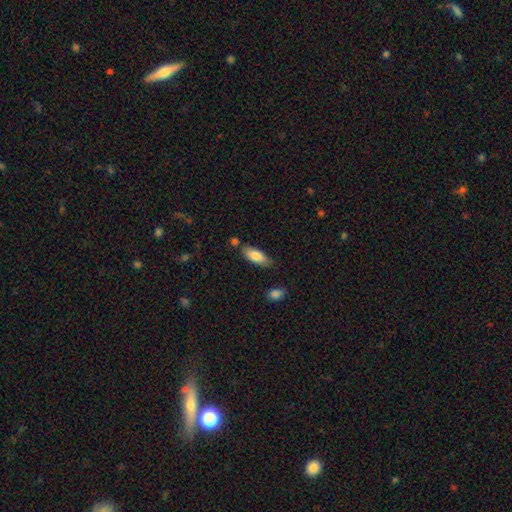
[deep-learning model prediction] The model was most divided on "how rounded": in between: 76%, cigar-shaped: 22%, round: 2%. More confident: smooth or featured — smooth (83%); merging — none (74%).